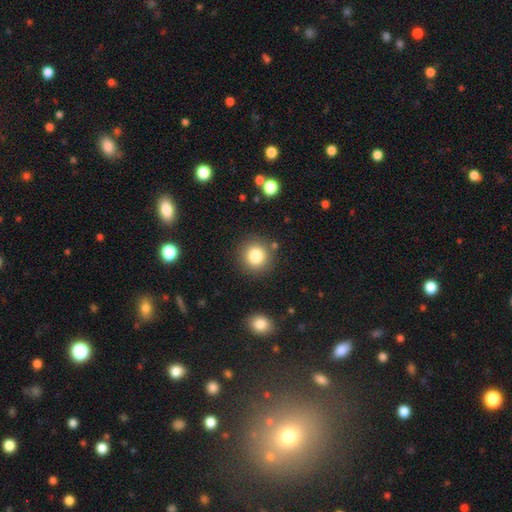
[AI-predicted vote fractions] This appears to be a smooth galaxy with no disk features (81%) that is round (92%). Merging: none (85%).